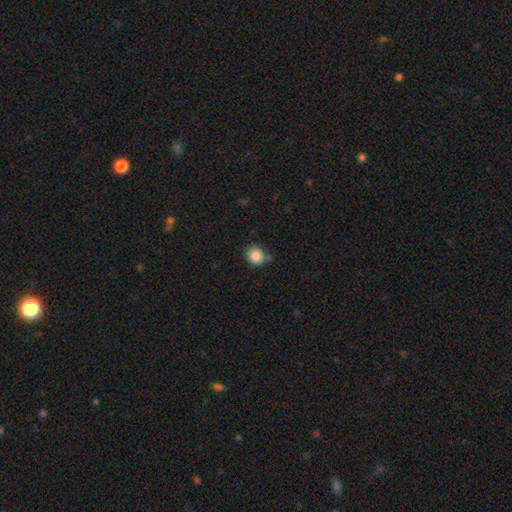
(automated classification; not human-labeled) Q: Smooth or featured?
A: smooth (86%); runner-up: star or artifact (10%)
Q: How rounded?
A: round (84%); runner-up: in between (15%)
Q: Merging?
A: none (75%); runner-up: minor disturbance (15%)